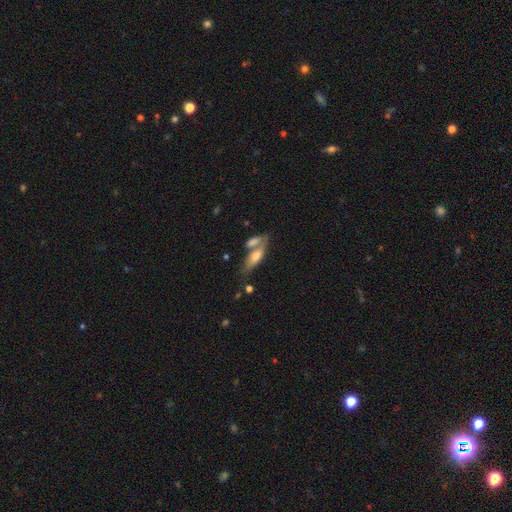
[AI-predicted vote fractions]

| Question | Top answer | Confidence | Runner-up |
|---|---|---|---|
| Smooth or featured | smooth | 62% | featured or disk (31%) |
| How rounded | in between | 60% | cigar-shaped (37%) |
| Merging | none | 44% | merger (39%) |